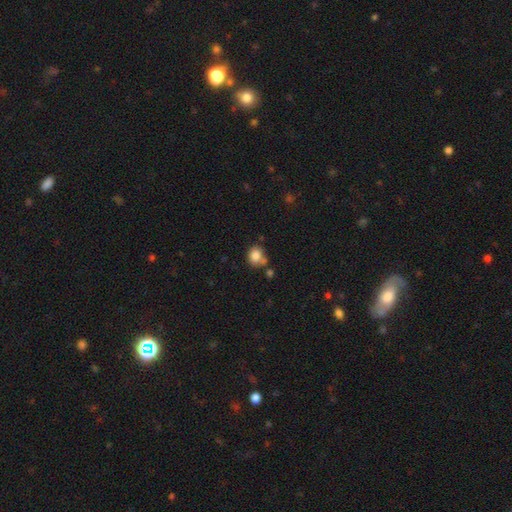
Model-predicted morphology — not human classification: The model was most divided on "merging": none: 60%, merger: 20%, minor disturbance: 15%, major disturbance: 5%. More confident: smooth or featured — smooth (83%); how rounded — round (71%).